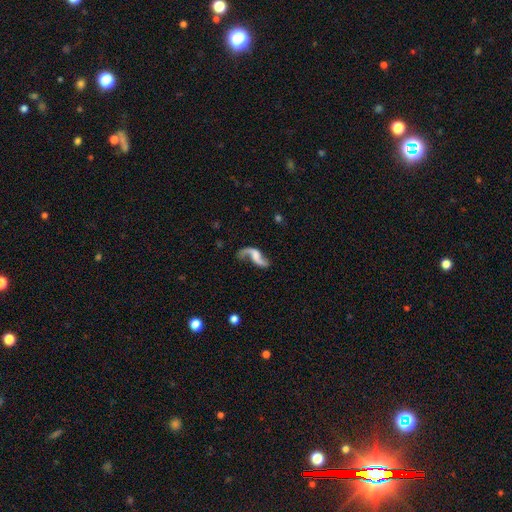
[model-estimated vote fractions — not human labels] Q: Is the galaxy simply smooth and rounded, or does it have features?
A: featured or disk — 85%.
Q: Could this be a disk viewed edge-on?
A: no — 95%.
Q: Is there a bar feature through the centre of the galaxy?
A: no — 47%.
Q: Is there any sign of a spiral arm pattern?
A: yes — 95%.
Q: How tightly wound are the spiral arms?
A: loose — 89%.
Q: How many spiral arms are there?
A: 2 — 90%.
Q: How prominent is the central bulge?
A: none — 43%.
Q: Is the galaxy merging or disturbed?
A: none — 64%.